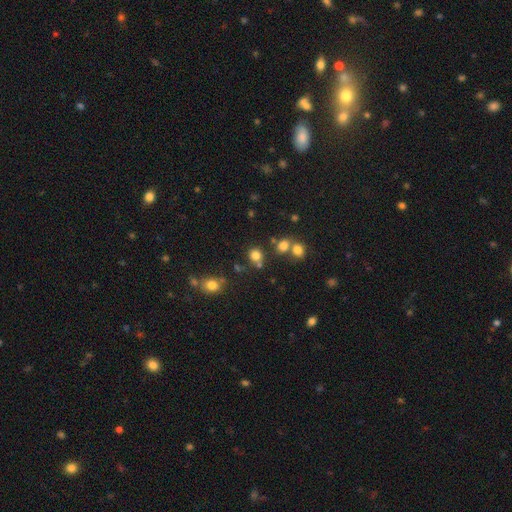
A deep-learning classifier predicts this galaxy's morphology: smooth-or-featured: smooth: 76% | star or artifact: 17% | featured or disk: 7%
  how-rounded: round: 84% | in between: 15% | cigar-shaped: 1%
  merging: none: 66% | merger: 20% | minor disturbance: 10% | major disturbance: 4%